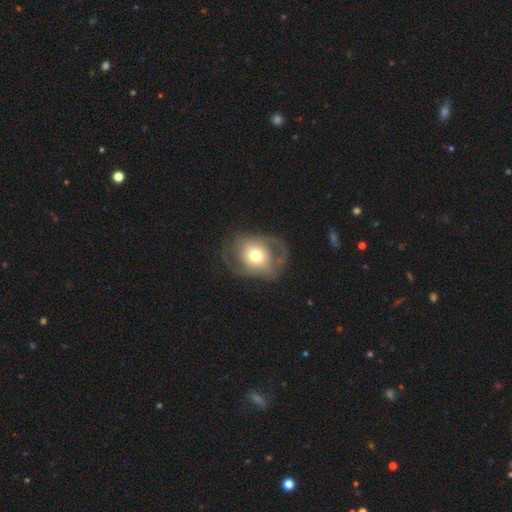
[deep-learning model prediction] A featured or disk galaxy (47%).

Vote fractions:
- Smooth or featured? featured or disk: 47% / smooth: 45% / star or artifact: 7%
- Merging? none: 56% / major disturbance: 21% / minor disturbance: 21% / merger: 2%